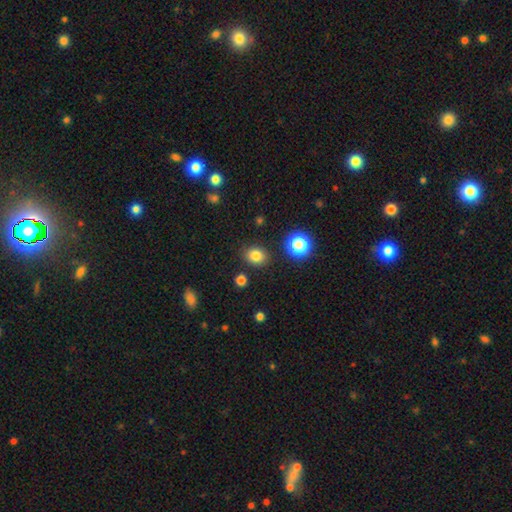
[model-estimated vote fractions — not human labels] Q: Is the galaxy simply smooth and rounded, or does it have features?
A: smooth — 81%.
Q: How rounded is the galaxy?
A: round — 62%.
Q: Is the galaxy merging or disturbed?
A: none — 86%.